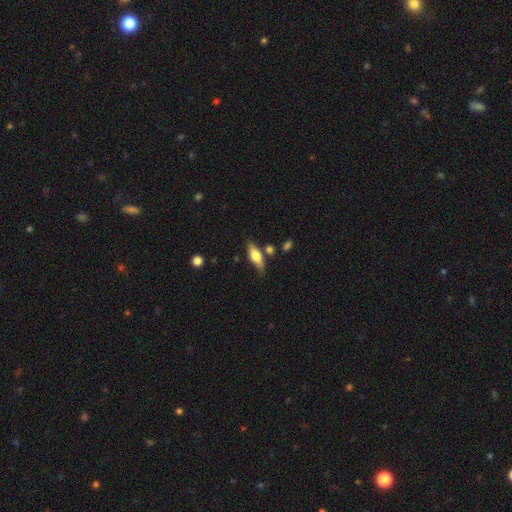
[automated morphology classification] Overall: smooth (59%; featured or disk 34%). How rounded: in between (63%; cigar-shaped 34%). Merging: none (70%).